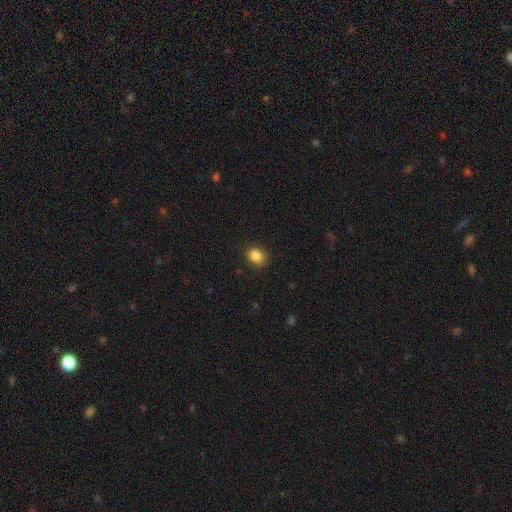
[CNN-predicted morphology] A smooth galaxy with no disk features (86%) that is round (60%).

Vote fractions:
- Smooth or featured? smooth: 86% / star or artifact: 10% / featured or disk: 4%
- How rounded? round: 60% / in between: 39% / cigar-shaped: 1%
- Merging? none: 87% / minor disturbance: 10% / major disturbance: 3% / merger: 1%